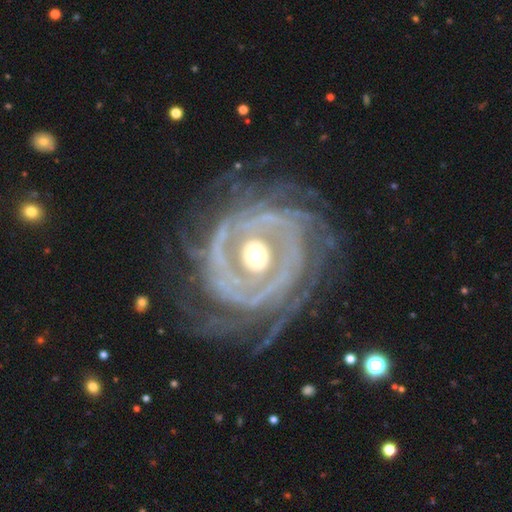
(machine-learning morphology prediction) Smooth or featured? Predicted: featured or disk (p=0.90). Edge-on disk? Predicted: no (p=0.97). Bar? Predicted: no (p=0.72). Spiral arms? Predicted: yes (p=0.92). Spiral winding? Predicted: tight (p=0.67). Spiral arm count? Predicted: can't tell (p=0.24). Bulge size? Predicted: moderate (p=0.66). Merging? Predicted: none (p=0.64).